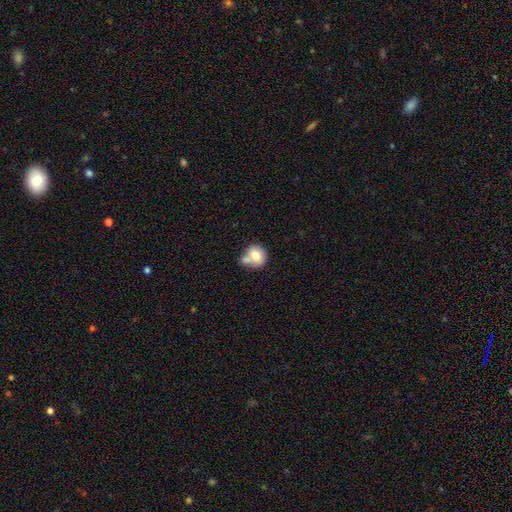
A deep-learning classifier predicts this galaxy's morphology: This is likely a smooth galaxy (75%). How rounded: likely round (79%). Merging: marginally none (41%).